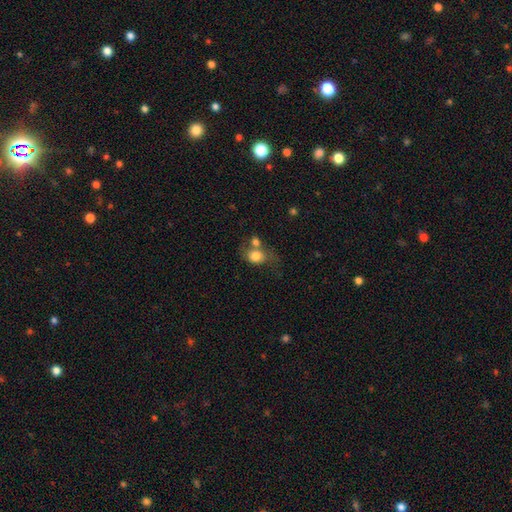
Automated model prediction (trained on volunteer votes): Morphology: type=smooth (78%); roundness=round (50%); merging=merger (37%).